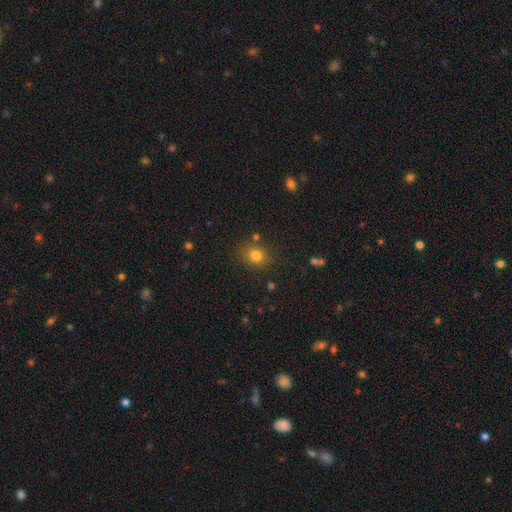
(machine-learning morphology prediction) A smooth galaxy with no disk features (79%) that is round (73%).

Vote fractions:
- Smooth or featured? smooth: 79% / star or artifact: 14% / featured or disk: 7%
- How rounded? round: 73% / in between: 26% / cigar-shaped: 1%
- Merging? none: 80% / minor disturbance: 12% / merger: 5% / major disturbance: 4%